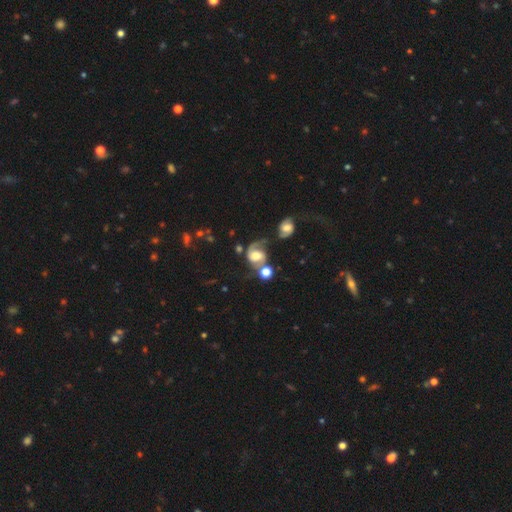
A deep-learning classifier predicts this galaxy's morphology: A featured or disk galaxy (67%) with no bar (47%), 2 (65%) medium (43%) spiral arms (89%) and a moderate central bulge (43%). Merging: merger (35%).